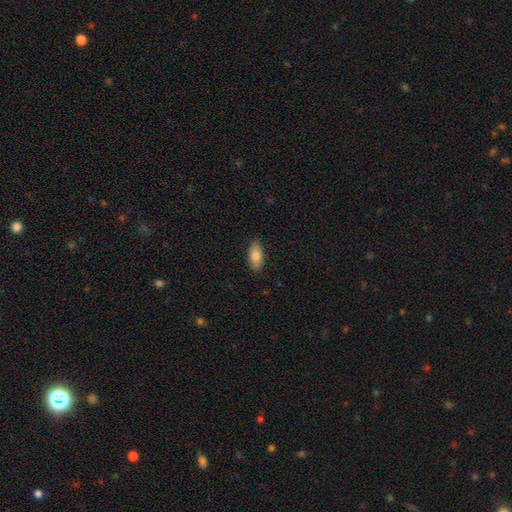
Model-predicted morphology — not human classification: A smooth galaxy with no disk features (78%) that is in between round and cigar-shaped (88%).

Vote fractions:
- Smooth or featured? smooth: 78% / featured or disk: 15% / star or artifact: 7%
- How rounded? in between: 88% / cigar-shaped: 9% / round: 3%
- Merging? none: 87% / minor disturbance: 10% / major disturbance: 2% / merger: 1%